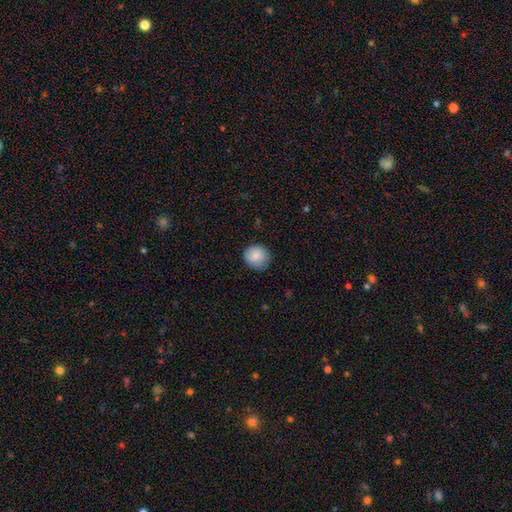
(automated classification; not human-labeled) Morphology: type=smooth (86%); roundness=round (91%); merging=none (84%).